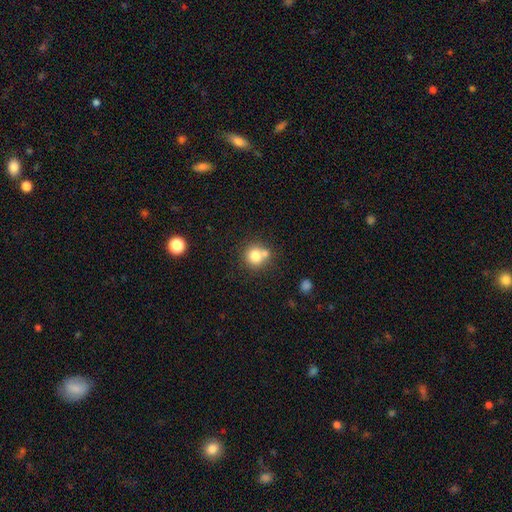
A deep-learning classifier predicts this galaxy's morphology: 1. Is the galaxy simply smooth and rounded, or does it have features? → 78% smooth, 11% star or artifact, 11% featured or disk.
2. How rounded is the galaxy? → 89% round, 10% in between, 1% cigar-shaped.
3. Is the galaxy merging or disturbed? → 56% none, 31% merger, 10% minor disturbance, 3% major disturbance.